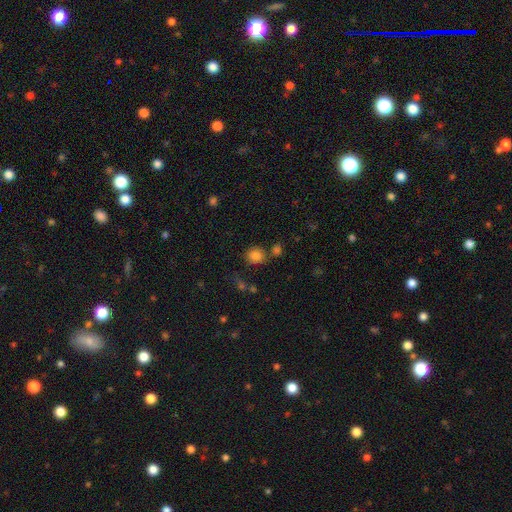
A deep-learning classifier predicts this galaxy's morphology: This is clearly a smooth galaxy (82%). How rounded: clearly round (83%). Merging: likely none (73%).